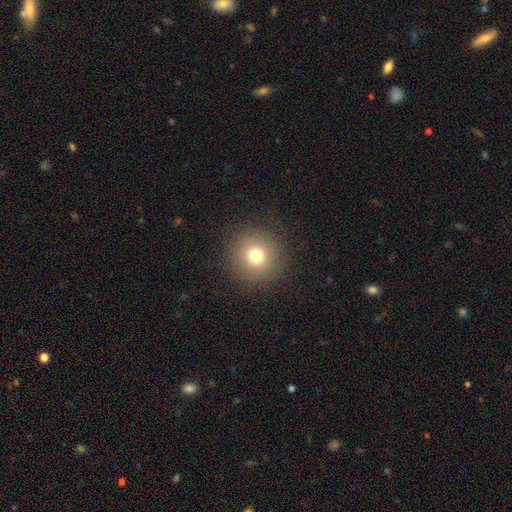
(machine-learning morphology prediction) Overall: smooth (76%). How rounded: round (95%). Merging: none (90%).